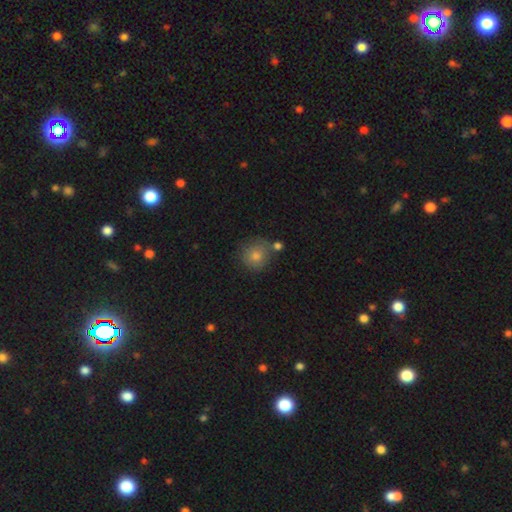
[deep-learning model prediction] Q: Smooth or featured?
A: smooth (78%); runner-up: star or artifact (12%)
Q: How rounded?
A: round (90%); runner-up: in between (9%)
Q: Merging?
A: none (72%); runner-up: minor disturbance (14%)